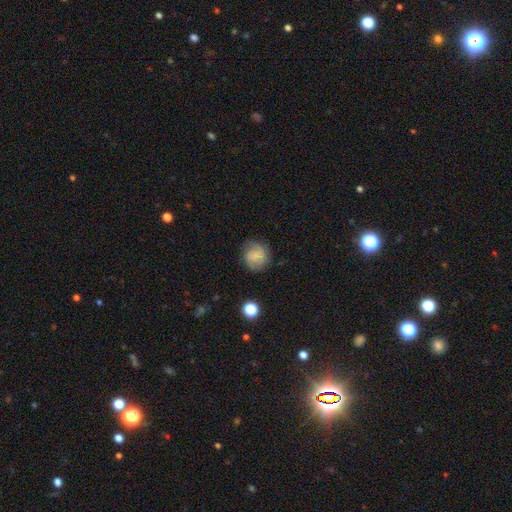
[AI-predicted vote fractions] This is likely a smooth galaxy (63%). How rounded: clearly round (85%). Merging: likely none (77%).